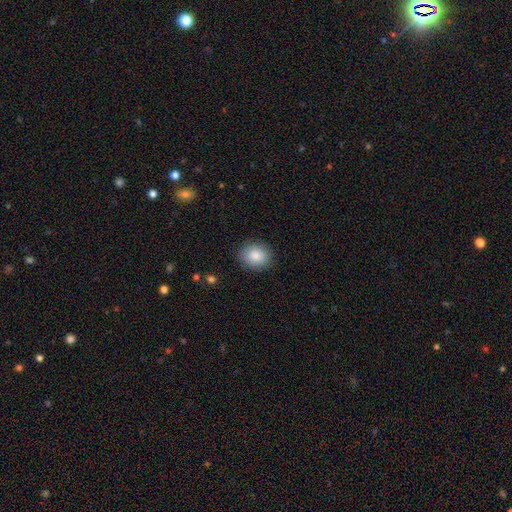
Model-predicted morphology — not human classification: Smooth or featured? smooth (86%)
How rounded? round (68%)
Merging? none (88%)